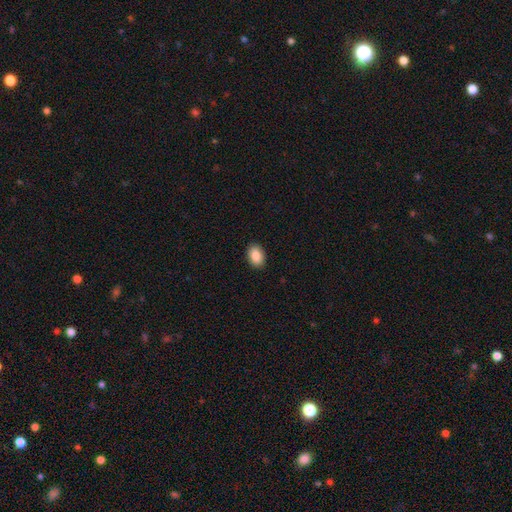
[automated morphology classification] A smooth galaxy with no disk features (88%) that is in between round and cigar-shaped (86%).

Vote fractions:
- Smooth or featured? smooth: 88% / star or artifact: 7% / featured or disk: 5%
- How rounded? in between: 86% / round: 13% / cigar-shaped: 1%
- Merging? none: 90% / minor disturbance: 7% / major disturbance: 2% / merger: 1%